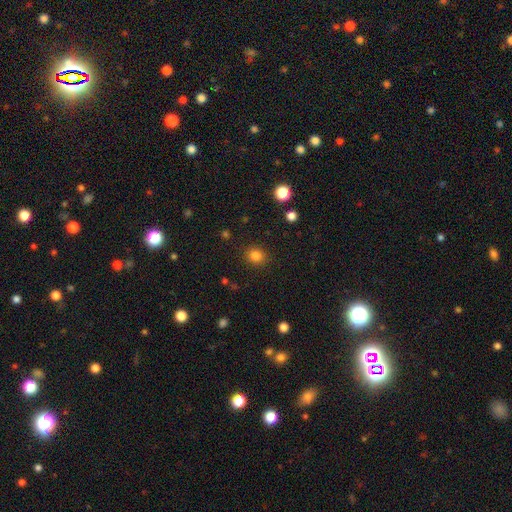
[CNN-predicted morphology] Q: Smooth or featured?
A: smooth (83%); runner-up: star or artifact (13%)
Q: How rounded?
A: round (77%); runner-up: in between (22%)
Q: Merging?
A: none (89%); runner-up: minor disturbance (7%)